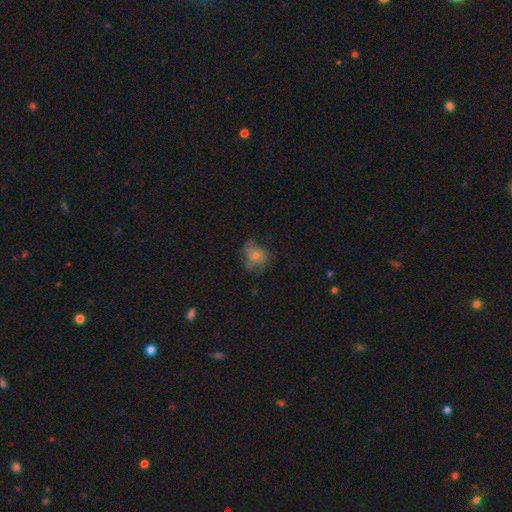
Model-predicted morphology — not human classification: The model was most divided on "how rounded": round: 54%, in between: 45%, cigar-shaped: 1%. Remaining: smooth or featured — smooth (59%); merging — none (45%).